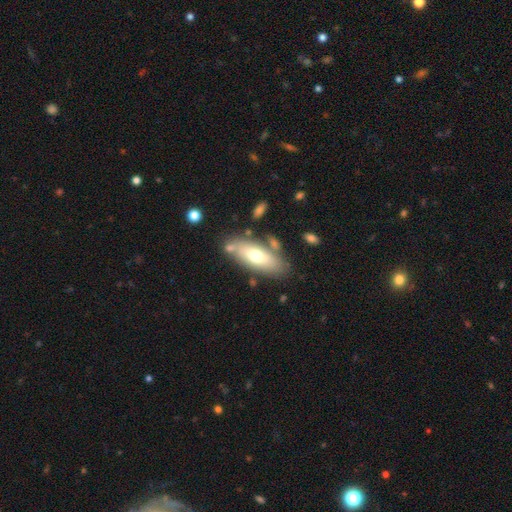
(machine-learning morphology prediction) Smooth or featured? Predicted: smooth (p=0.62). How rounded? Predicted: in between (p=0.77). Merging? Predicted: none (p=0.70).